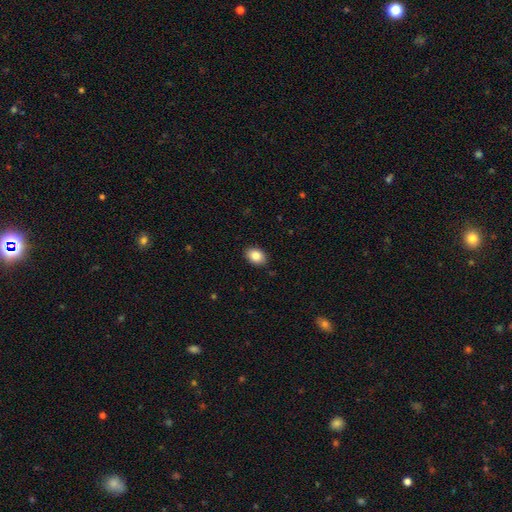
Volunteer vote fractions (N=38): smooth-or-featured: smooth: 89% | featured or disk: 5% | star or artifact: 5%
  how-rounded: in between: 85% | round: 15% | cigar-shaped: 0%
  merging: none: 89% | minor disturbance: 11% | major disturbance: 0% | merger: 0%